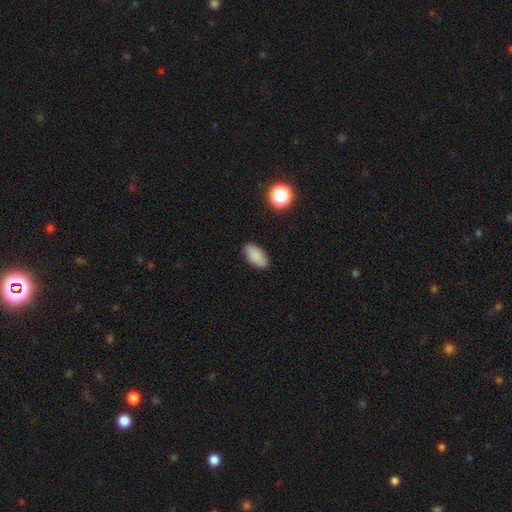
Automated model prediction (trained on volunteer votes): Smooth or featured? smooth (84%)
How rounded? in between (93%)
Merging? none (86%)